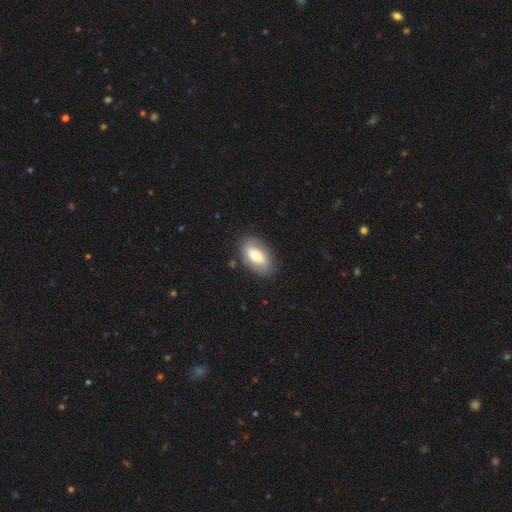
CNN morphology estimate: This is likely a smooth galaxy (63%). How rounded: clearly in between (92%). Merging: likely none (79%).